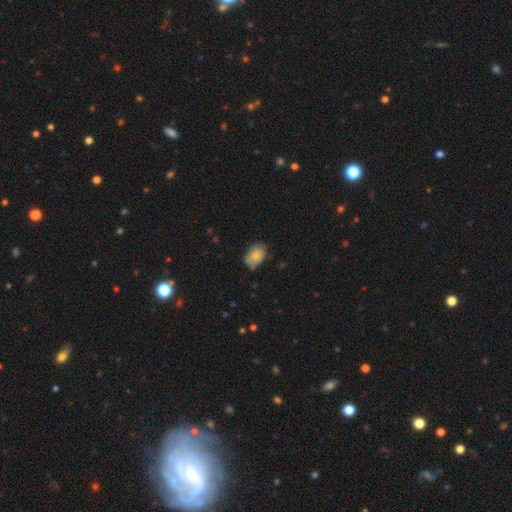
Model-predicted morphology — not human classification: This is likely a smooth galaxy (77%). How rounded: clearly in between (81%). Merging: likely none (63%).